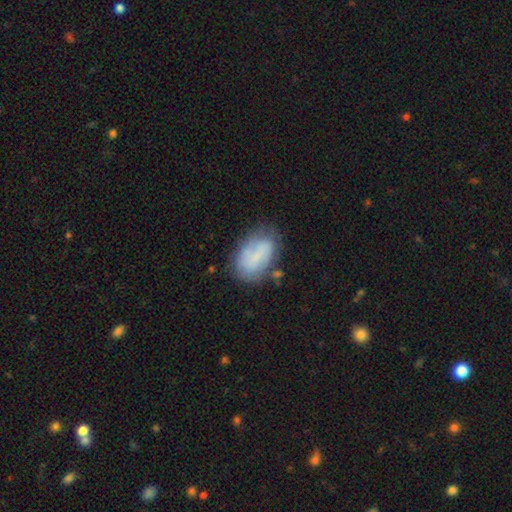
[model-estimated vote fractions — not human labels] Smooth or featured: smooth — 57% (featured or disk — 34%)
How rounded: in between — 89% (round — 9%)
Merging: none — 61% (minor disturbance — 25%)